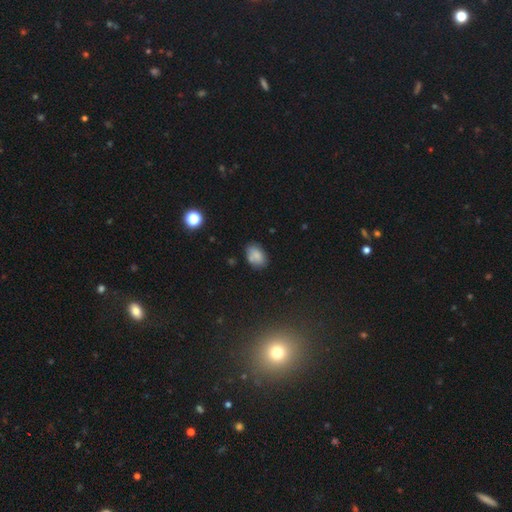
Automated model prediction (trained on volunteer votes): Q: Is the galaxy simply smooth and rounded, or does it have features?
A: smooth — 78%.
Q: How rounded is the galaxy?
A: in between — 83%.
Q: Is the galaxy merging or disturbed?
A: none — 69%.